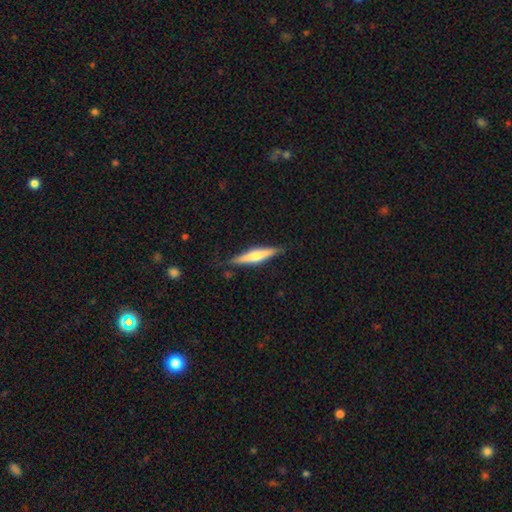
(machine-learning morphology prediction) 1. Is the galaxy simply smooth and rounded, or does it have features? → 54% featured or disk, 41% smooth, 5% star or artifact.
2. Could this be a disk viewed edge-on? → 97% yes, 3% no.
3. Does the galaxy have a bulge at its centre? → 76% rounded, 13% none, 11% boxy.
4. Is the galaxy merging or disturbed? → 86% none, 11% minor disturbance, 2% major disturbance, 1% merger.